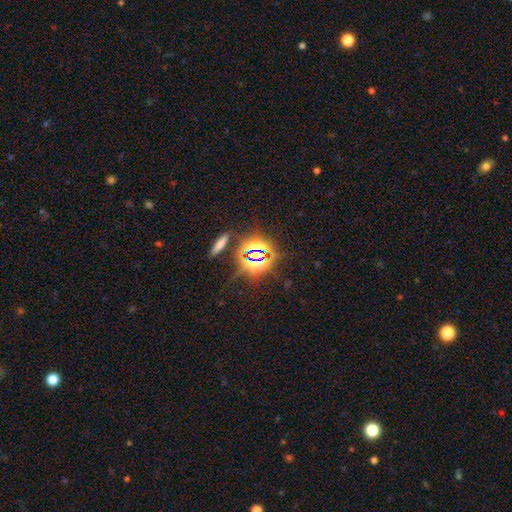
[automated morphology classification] A star or artifact, not a galaxy (70%).